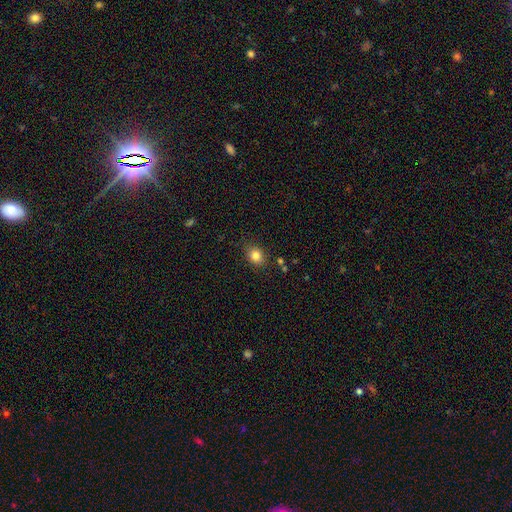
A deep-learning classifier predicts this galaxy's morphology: Smooth or featured? smooth (83%)
How rounded? round (53%)
Merging? none (83%)